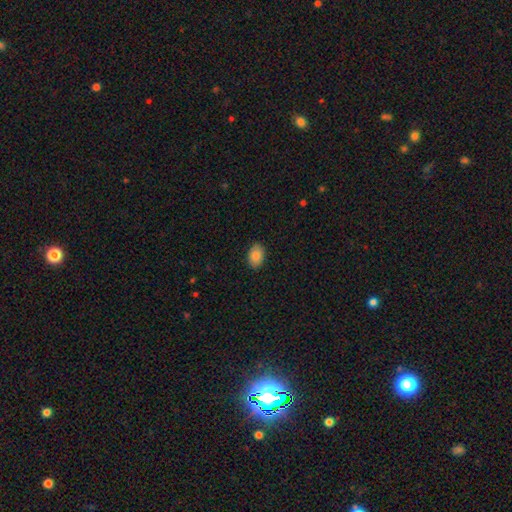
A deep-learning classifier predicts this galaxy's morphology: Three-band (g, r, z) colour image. It shows a smooth galaxy with no disk features (84%) that is in between round and cigar-shaped (85%). Merging: none (89%).